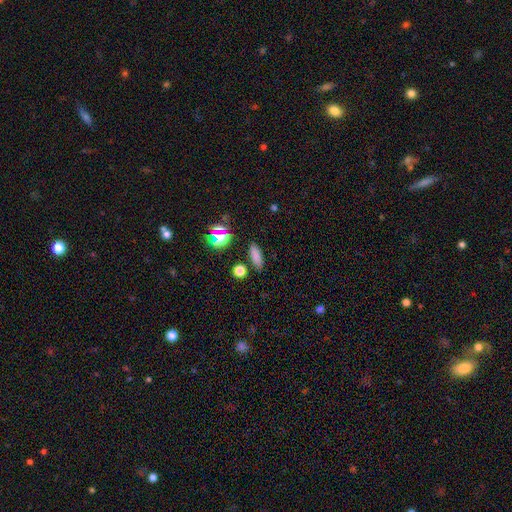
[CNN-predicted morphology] smooth_or_featured: smooth (p=0.76) [alt: star or artifact p=0.17]
how_rounded: in between (p=0.54) [alt: cigar-shaped p=0.39]
merging: none (p=0.84) [alt: minor disturbance p=0.09]